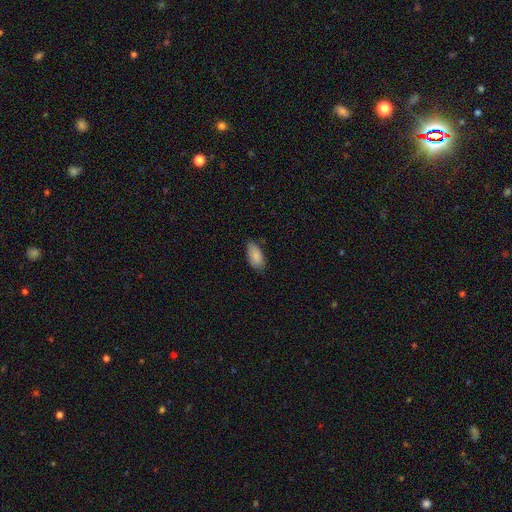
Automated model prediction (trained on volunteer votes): Smooth or featured? Predicted: smooth (p=0.87). How rounded? Predicted: in between (p=0.93). Merging? Predicted: none (p=0.75).